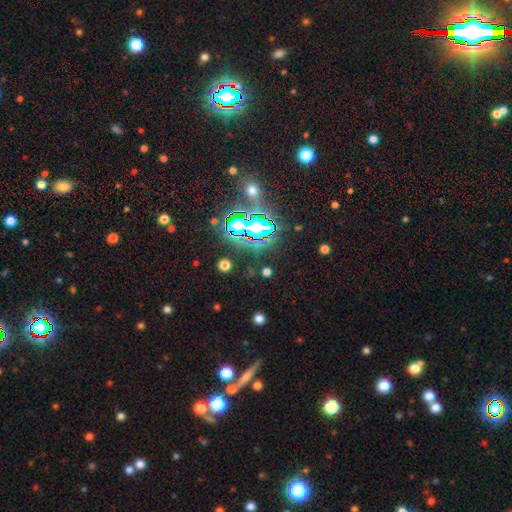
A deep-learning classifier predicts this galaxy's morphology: A star or artifact, not a galaxy (82%).